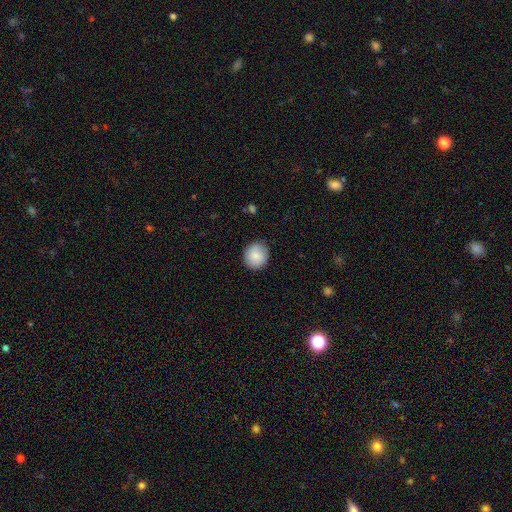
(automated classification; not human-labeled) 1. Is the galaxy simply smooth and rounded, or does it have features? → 84% smooth, 10% featured or disk, 7% star or artifact.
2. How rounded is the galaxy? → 84% round, 15% in between, 1% cigar-shaped.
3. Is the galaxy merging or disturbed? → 86% none, 10% minor disturbance, 2% major disturbance, 1% merger.